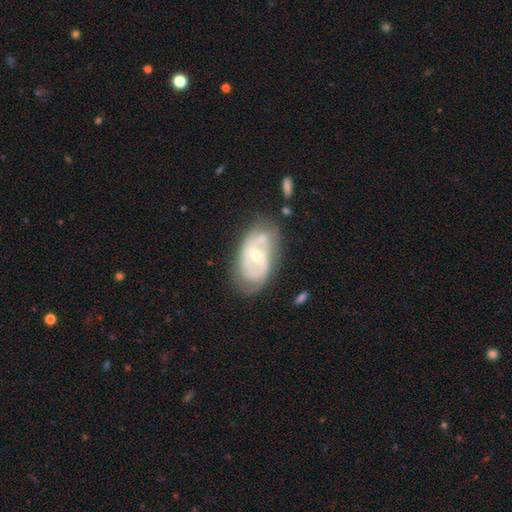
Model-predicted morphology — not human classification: Overall: featured or disk (76%). Edge-on disk: no (95%). Bar: weak (49%; no 26%). Spiral arms: yes (76%). Spiral arm count: 2 (60%; can't tell 26%). Spiral winding: medium (42%; tight 39%). Bulge size: small (53%; moderate 42%). Merging: none (57%; minor disturbance 25%).